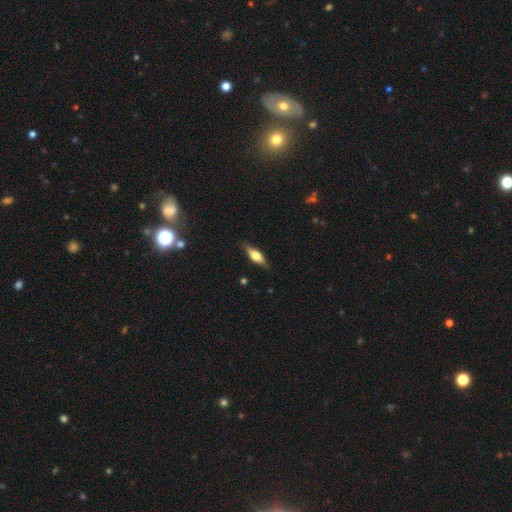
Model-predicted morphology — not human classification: featured or disk 48%, smooth 46%, star or artifact 7%. Down the decision tree: merging — none (83%).